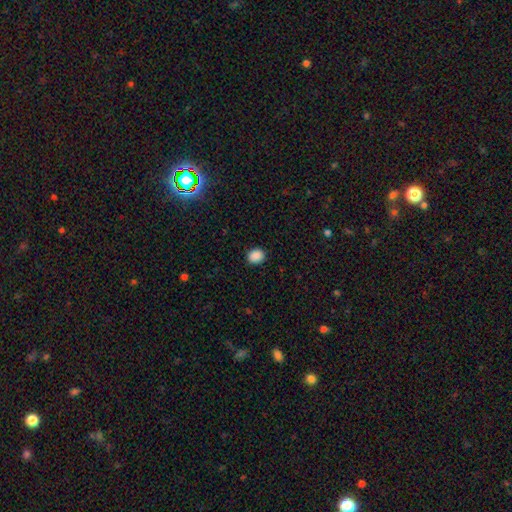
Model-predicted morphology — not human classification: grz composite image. It shows a smooth galaxy with no disk features (89%) that is round (65%). Merging: none (90%).